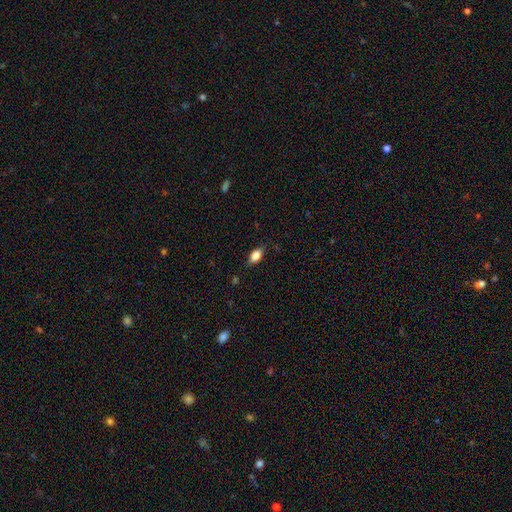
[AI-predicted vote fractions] The model was most divided on "smooth or featured": smooth: 78%, featured or disk: 14%, star or artifact: 8%. More confident: how rounded — in between (85%); merging — none (82%).